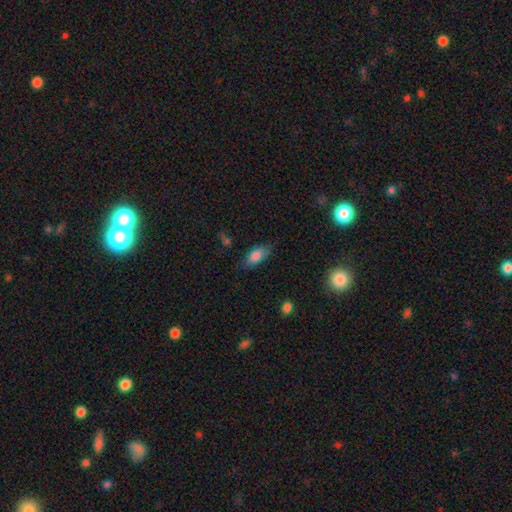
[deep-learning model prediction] Smooth or featured? Predicted: smooth (p=0.81). How rounded? Predicted: in between (p=0.87). Merging? Predicted: none (p=0.74).